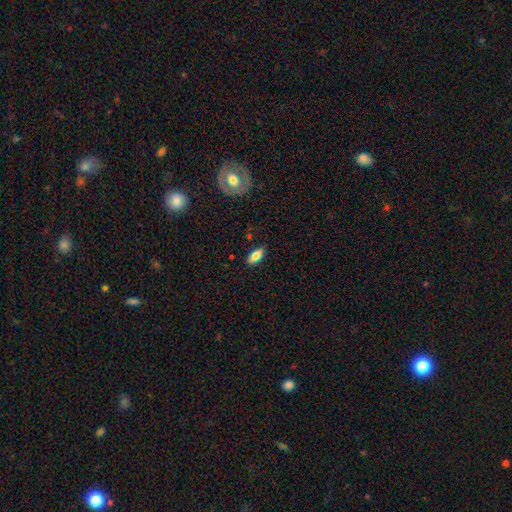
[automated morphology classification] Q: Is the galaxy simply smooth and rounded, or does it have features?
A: smooth — 72%.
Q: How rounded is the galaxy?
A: in between — 78%.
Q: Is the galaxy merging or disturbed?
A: none — 85%.